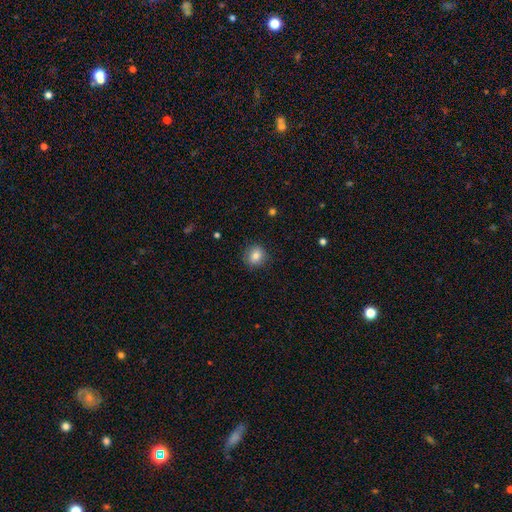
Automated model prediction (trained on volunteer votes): A smooth galaxy with no disk features (80%) that is round (85%). Merging: none (86%).